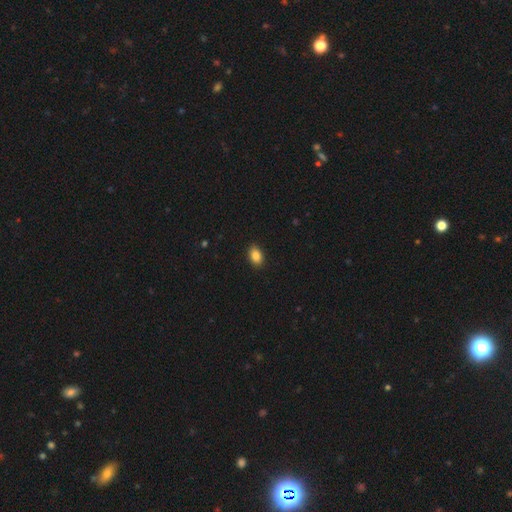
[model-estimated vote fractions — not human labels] smooth 86%, star or artifact 9%, featured or disk 5%. Down the decision tree: how rounded — in between (81%); merging — none (90%).